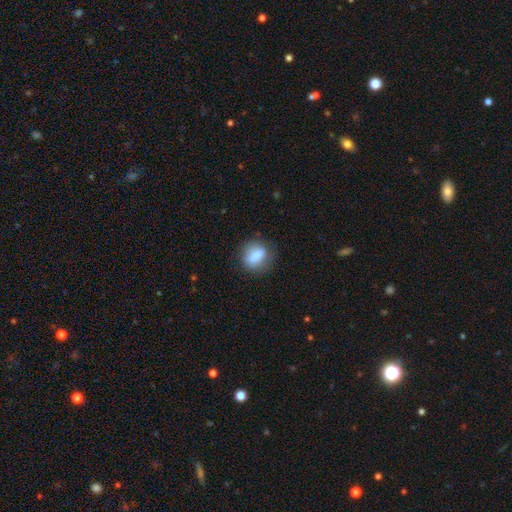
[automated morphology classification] The model was most divided on "how rounded": in between: 55%, round: 39%, cigar-shaped: 6%. More confident: smooth or featured — smooth (80%); merging — none (74%).